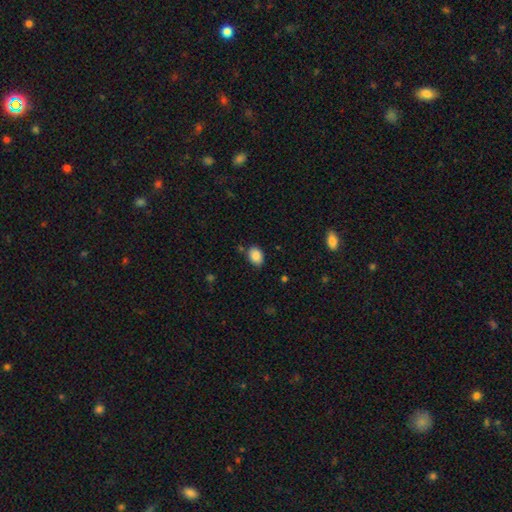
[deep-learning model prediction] smooth_or_featured: smooth (p=0.88) [alt: star or artifact p=0.08]
how_rounded: in between (p=0.76) [alt: round p=0.23]
merging: none (p=0.78) [alt: minor disturbance p=0.15]